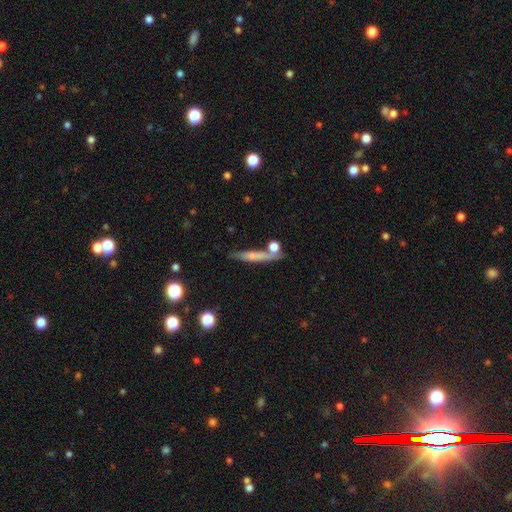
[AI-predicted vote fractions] Smooth or featured?
  - smooth: 49% *
  - featured or disk: 43%
  - star or artifact: 9%
Merging?
  - none: 70% *
  - minor disturbance: 14%
  - merger: 12%
  - major disturbance: 4%